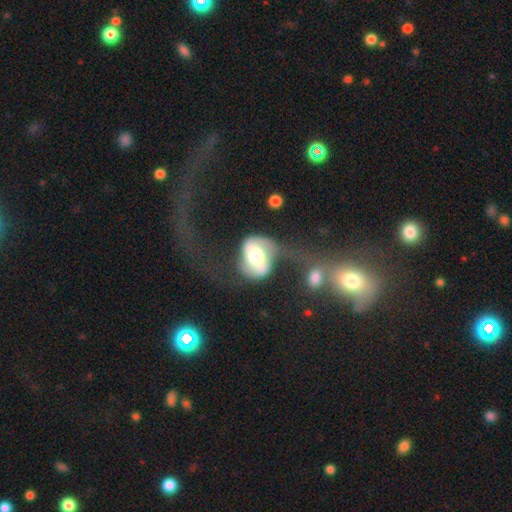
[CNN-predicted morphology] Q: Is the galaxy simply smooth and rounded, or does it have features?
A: featured or disk — 65%.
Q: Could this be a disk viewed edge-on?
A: no — 96%.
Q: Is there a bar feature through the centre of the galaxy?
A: no — 41%.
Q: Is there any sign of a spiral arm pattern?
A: yes — 78%.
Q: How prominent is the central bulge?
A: moderate — 56%.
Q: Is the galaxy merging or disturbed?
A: major disturbance — 33%.